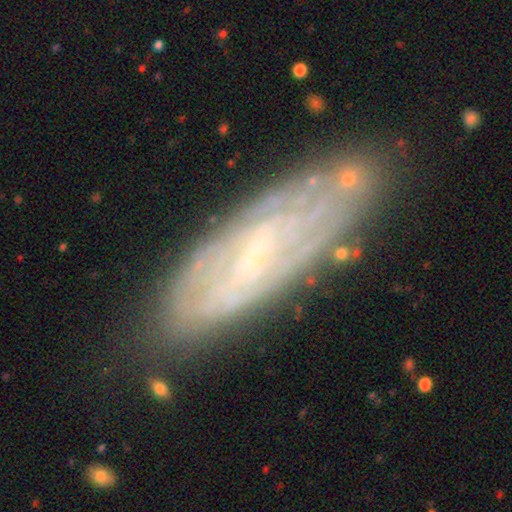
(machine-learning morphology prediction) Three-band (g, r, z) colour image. It shows a featured or disk galaxy (64%). Merging: none (73%).